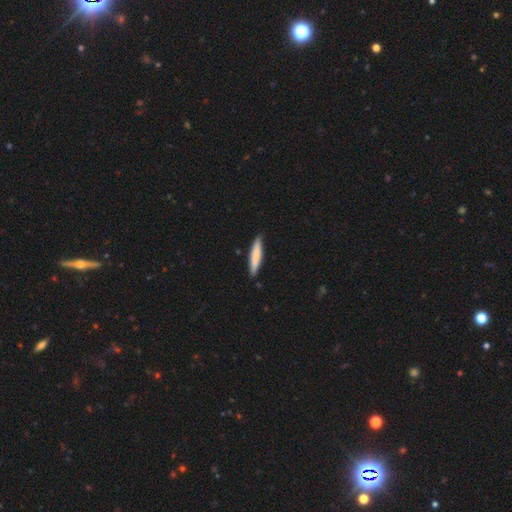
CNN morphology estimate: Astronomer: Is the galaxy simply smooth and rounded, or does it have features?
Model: smooth — 76%.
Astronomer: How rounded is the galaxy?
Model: cigar-shaped — 88%.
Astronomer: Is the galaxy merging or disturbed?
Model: none — 87%.